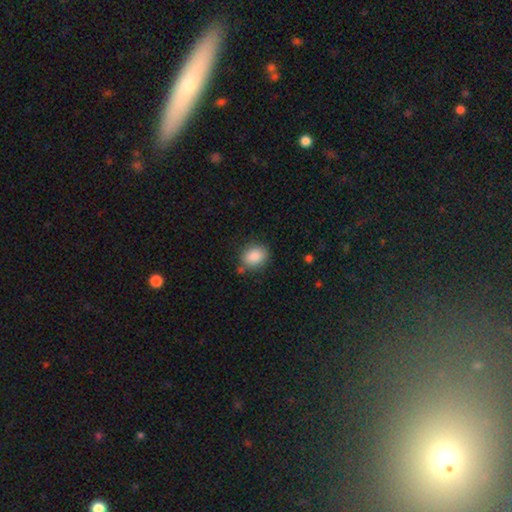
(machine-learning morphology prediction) smooth-or-featured: smooth: 88% | star or artifact: 8% | featured or disk: 4%
  how-rounded: in between: 53% | round: 46% | cigar-shaped: 1%
  merging: none: 78% | minor disturbance: 14% | merger: 4% | major disturbance: 4%